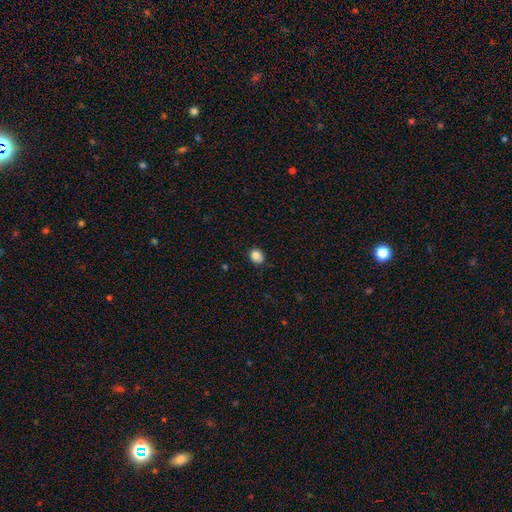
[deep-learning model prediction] smooth-or-featured: smooth: 85% | star or artifact: 10% | featured or disk: 6%
  how-rounded: round: 61% | in between: 39% | cigar-shaped: 1%
  merging: none: 81% | minor disturbance: 15% | major disturbance: 3% | merger: 1%